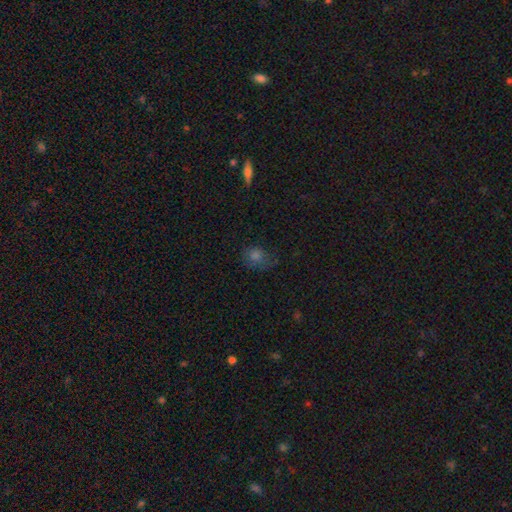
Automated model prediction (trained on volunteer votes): smooth_or_featured: smooth (p=0.69) [alt: star or artifact p=0.18]
how_rounded: round (p=0.61) [alt: in between p=0.37]
merging: none (p=0.57) [alt: minor disturbance p=0.26]